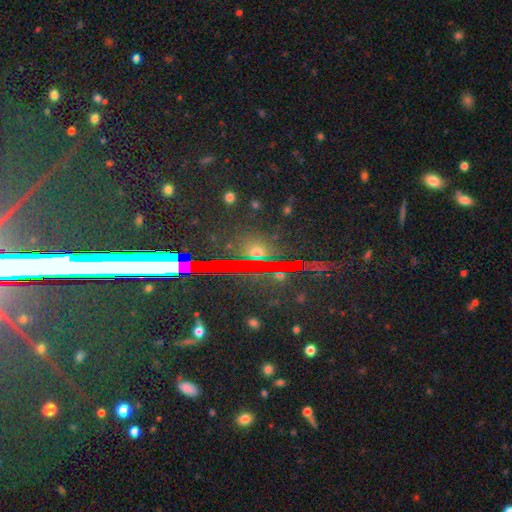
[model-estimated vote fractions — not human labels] Smooth or featured? star or artifact (68%)